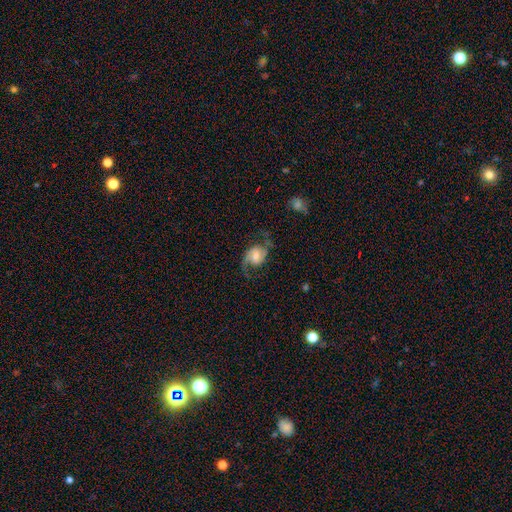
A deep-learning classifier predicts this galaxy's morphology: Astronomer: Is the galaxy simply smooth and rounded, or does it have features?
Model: featured or disk — 81%.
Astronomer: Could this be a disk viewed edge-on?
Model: no — 97%.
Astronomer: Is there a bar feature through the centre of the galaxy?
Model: weak — 50% (runner-up: no, 35%).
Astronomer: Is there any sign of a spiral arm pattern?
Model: yes — 96%.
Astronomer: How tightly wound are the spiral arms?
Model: loose — 50% (runner-up: medium, 40%).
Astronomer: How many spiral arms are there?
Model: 2 — 90%.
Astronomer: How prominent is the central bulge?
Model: moderate — 45% (runner-up: small, 25%).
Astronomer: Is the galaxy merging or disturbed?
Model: none — 67%.